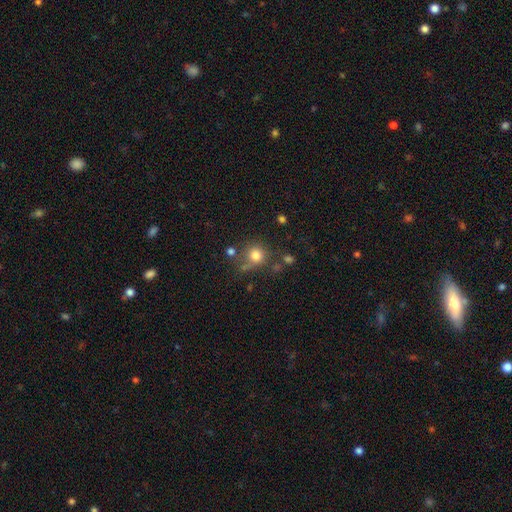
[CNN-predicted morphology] A smooth galaxy with no disk features (78%) that is round (89%). Merging: none (64%).